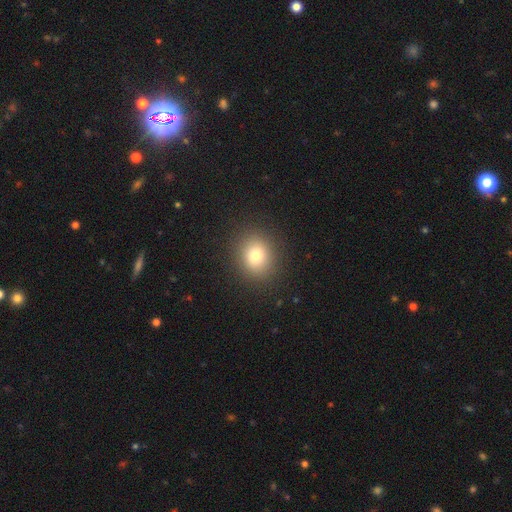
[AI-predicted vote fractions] The model was most divided on "how rounded": round: 74%, in between: 25%, cigar-shaped: 1%. More confident: merging — none (89%); smooth or featured — smooth (78%).